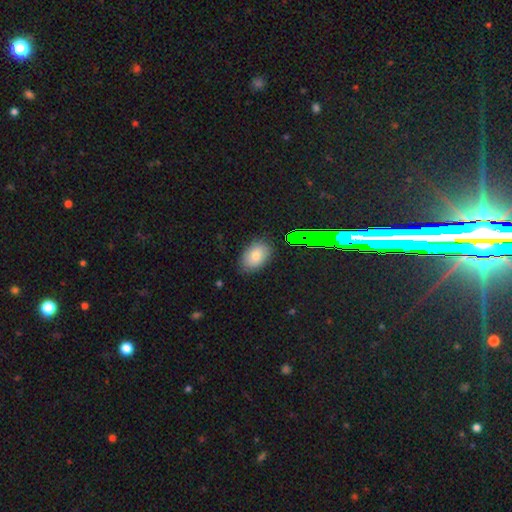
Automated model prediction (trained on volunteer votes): Smooth or featured? Predicted: smooth (p=0.77). How rounded? Predicted: in between (p=0.85). Merging? Predicted: none (p=0.82).